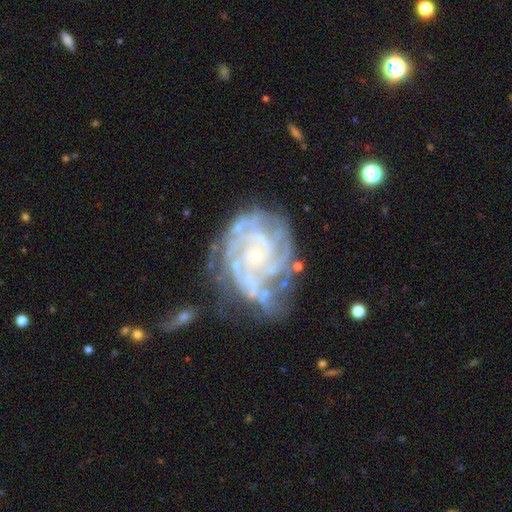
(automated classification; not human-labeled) Smooth or featured? featured or disk (89%)
Edge-on disk? no (98%)
Bar? no (77%)
Spiral arms? yes (97%)
Spiral winding? tight (73%)
Spiral arm count? can't tell (24%)
Bulge size? small (82%)
Merging? none (54%)